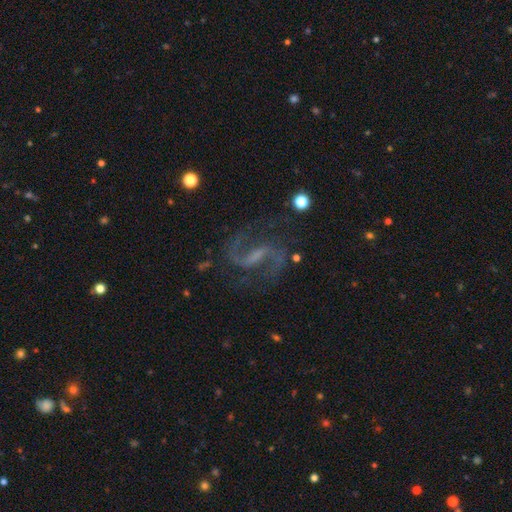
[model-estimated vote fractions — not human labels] Smooth or featured?
  - featured or disk: 90% *
  - star or artifact: 6%
  - smooth: 4%
Edge-on disk?
  - no: 97% *
  - yes: 3%
Bar?
  - weak: 45% *
  - strong: 42%
  - no: 13%
Spiral arms?
  - yes: 98% *
  - no: 2%
Spiral winding?
  - medium: 54% *
  - loose: 37%
  - tight: 9%
Spiral arm count?
  - 2: 94% *
  - can't tell: 2%
  - 1: 1%
  - 3: 1%
  - 4: 1%
  - more than 4: 1%
Bulge size?
  - none: 45% *
  - small: 37%
  - moderate: 14%
  - large: 2%
  - dominant: 1%
Merging?
  - none: 78% *
  - minor disturbance: 13%
  - major disturbance: 7%
  - merger: 2%